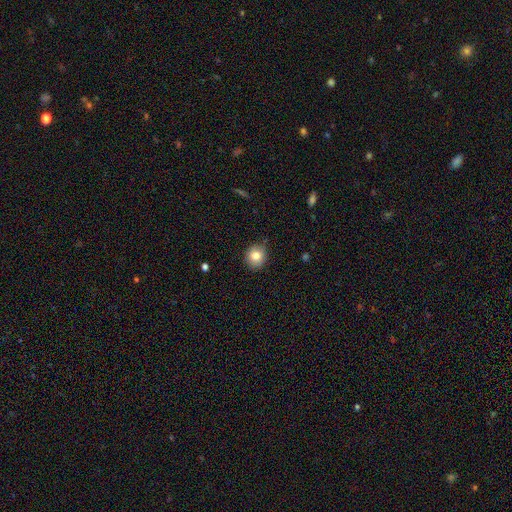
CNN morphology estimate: smooth_or_featured: smooth (p=0.81) [alt: star or artifact p=0.09]
how_rounded: round (p=0.83) [alt: in between p=0.16]
merging: none (p=0.81) [alt: minor disturbance p=0.16]